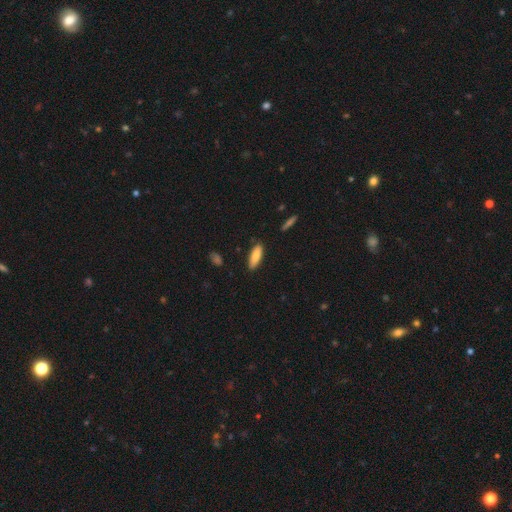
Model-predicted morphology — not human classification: This appears to be a smooth galaxy with no disk features (85%) that is in between round and cigar-shaped (61%). Merging: none (85%).